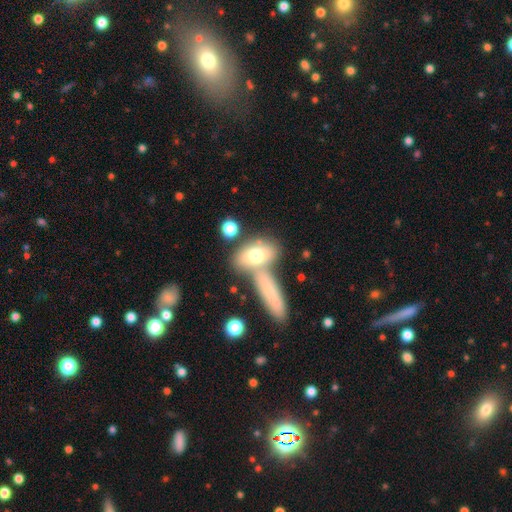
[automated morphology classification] Overall: smooth (42%; featured or disk 37%). Merging: none (45%; merger 36%).